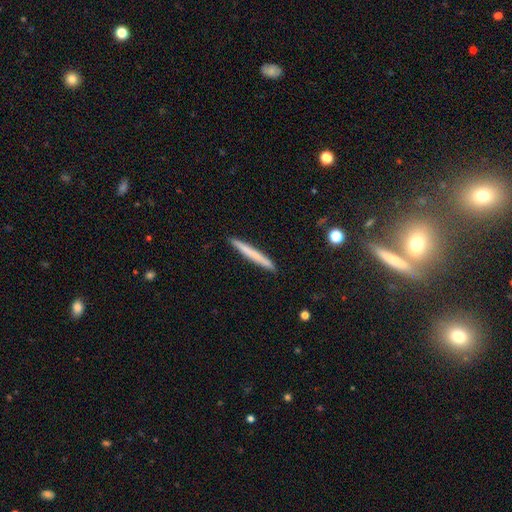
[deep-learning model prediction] Smooth or featured? Predicted: smooth (p=0.68). How rounded? Predicted: cigar-shaped (p=0.97). Merging? Predicted: none (p=0.92).